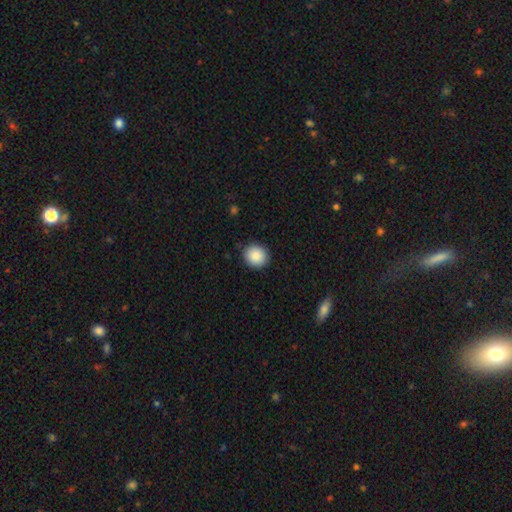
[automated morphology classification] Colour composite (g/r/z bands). It shows a smooth galaxy with no disk features (89%) that is round (84%). Merging: none (89%).